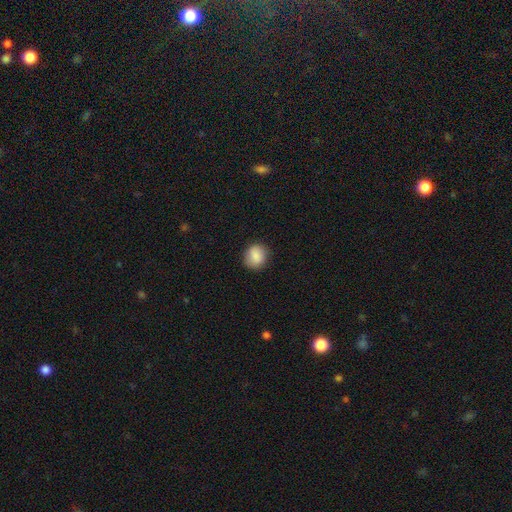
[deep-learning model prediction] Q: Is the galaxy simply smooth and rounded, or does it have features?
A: smooth — 87%.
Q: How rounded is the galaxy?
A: round — 79%.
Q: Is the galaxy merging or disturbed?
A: none — 86%.